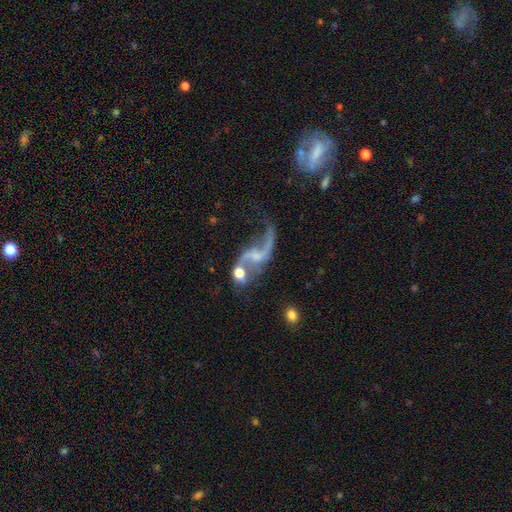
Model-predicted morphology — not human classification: Smooth or featured?
  - featured or disk: 83% *
  - smooth: 9%
  - star or artifact: 9%
Edge-on disk?
  - no: 96% *
  - yes: 4%
Bar?
  - no: 48% *
  - weak: 38%
  - strong: 14%
Spiral arms?
  - yes: 90% *
  - no: 10%
Spiral winding?
  - loose: 90% *
  - medium: 8%
  - tight: 2%
Spiral arm count?
  - 2: 84% *
  - 1: 10%
  - can't tell: 3%
  - 3: 1%
  - 4: 1%
  - more than 4: 1%
Bulge size?
  - small: 46% *
  - none: 29%
  - moderate: 20%
  - large: 3%
  - dominant: 2%
Merging?
  - none: 34% *
  - merger: 25%
  - major disturbance: 25%
  - minor disturbance: 15%